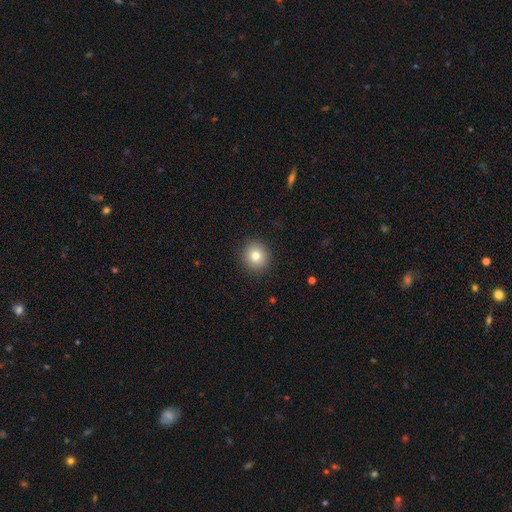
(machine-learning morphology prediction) Smooth or featured: smooth — 78% (star or artifact — 12%)
How rounded: round — 92% (in between — 7%)
Merging: none — 92% (minor disturbance — 6%)